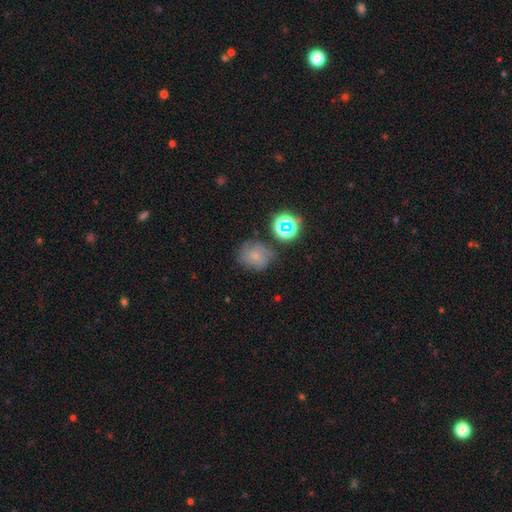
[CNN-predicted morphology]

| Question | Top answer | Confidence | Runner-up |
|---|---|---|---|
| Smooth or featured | smooth | 55% | featured or disk (26%) |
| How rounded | round | 71% | in between (28%) |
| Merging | none | 60% | minor disturbance (24%) |